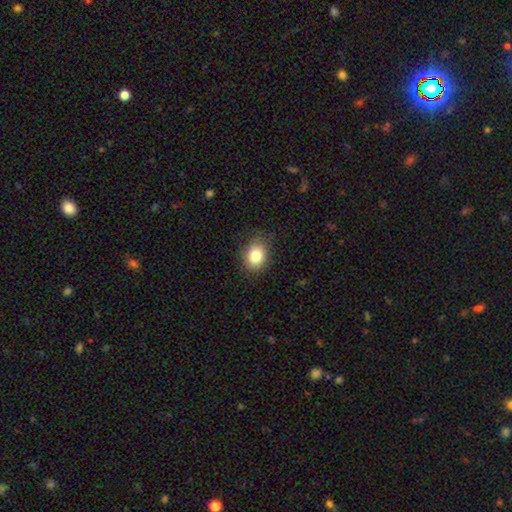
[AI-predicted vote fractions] The model was most divided on "how rounded": in between: 53%, round: 46%, cigar-shaped: 1%. More confident: smooth or featured — smooth (82%); merging — none (80%).